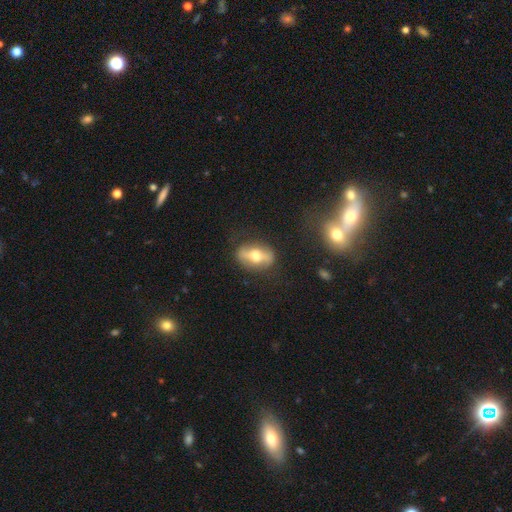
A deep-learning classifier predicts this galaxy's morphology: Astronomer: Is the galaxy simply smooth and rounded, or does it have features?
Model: featured or disk — 54% (runner-up: smooth, 38%).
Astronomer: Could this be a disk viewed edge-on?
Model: no — 60% (runner-up: yes, 40%).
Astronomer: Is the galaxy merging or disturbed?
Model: none — 79%.